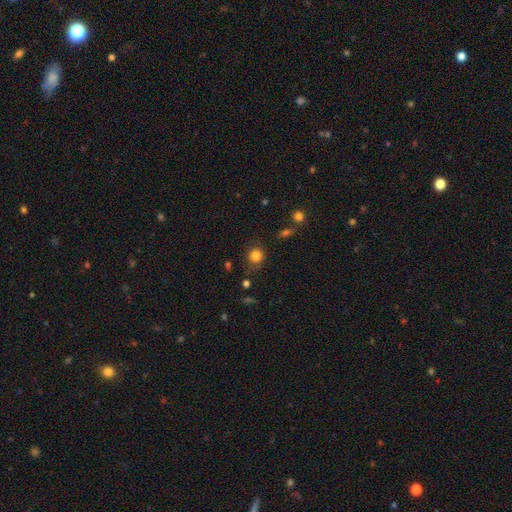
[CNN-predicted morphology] This is clearly a smooth galaxy (82%). How rounded: clearly round (83%). Merging: likely none (71%).